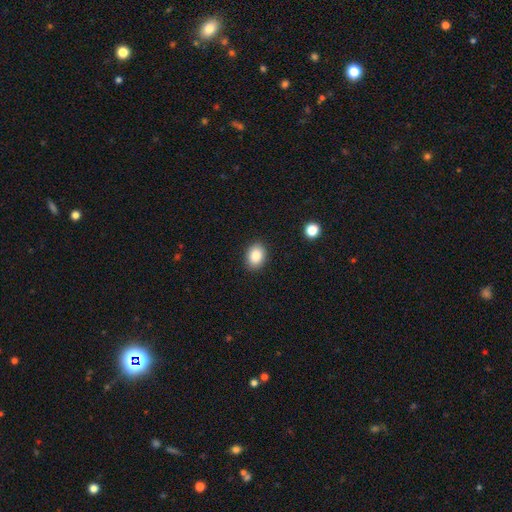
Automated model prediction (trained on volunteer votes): Smooth or featured?
  - smooth: 86% *
  - star or artifact: 8%
  - featured or disk: 5%
How rounded?
  - in between: 70% *
  - round: 29%
  - cigar-shaped: 1%
Merging?
  - none: 89% *
  - minor disturbance: 7%
  - major disturbance: 2%
  - merger: 1%